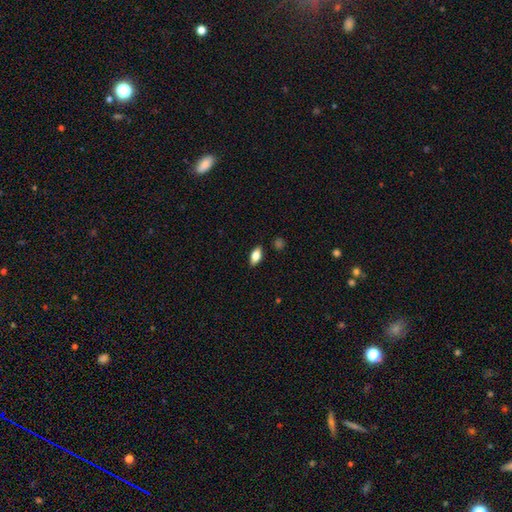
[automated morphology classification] Smooth or featured?
  - smooth: 74% *
  - featured or disk: 19%
  - star or artifact: 8%
How rounded?
  - in between: 87% *
  - cigar-shaped: 10%
  - round: 4%
Merging?
  - none: 87% *
  - minor disturbance: 9%
  - major disturbance: 2%
  - merger: 1%